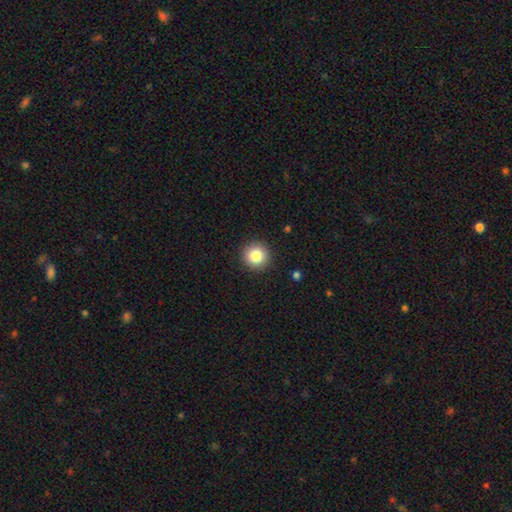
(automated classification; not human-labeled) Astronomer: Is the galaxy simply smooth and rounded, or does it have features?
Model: smooth — 83%.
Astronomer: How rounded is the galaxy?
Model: round — 95%.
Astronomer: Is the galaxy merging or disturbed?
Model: none — 92%.